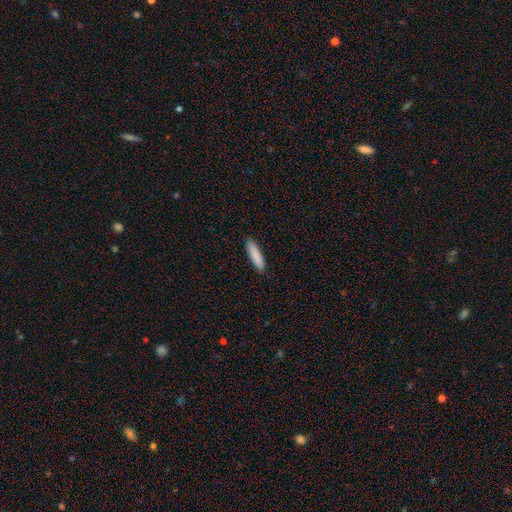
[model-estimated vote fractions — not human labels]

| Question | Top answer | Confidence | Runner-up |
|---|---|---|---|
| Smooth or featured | smooth | 87% | featured or disk (7%) |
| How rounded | cigar-shaped | 73% | in between (25%) |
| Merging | none | 89% | minor disturbance (8%) |